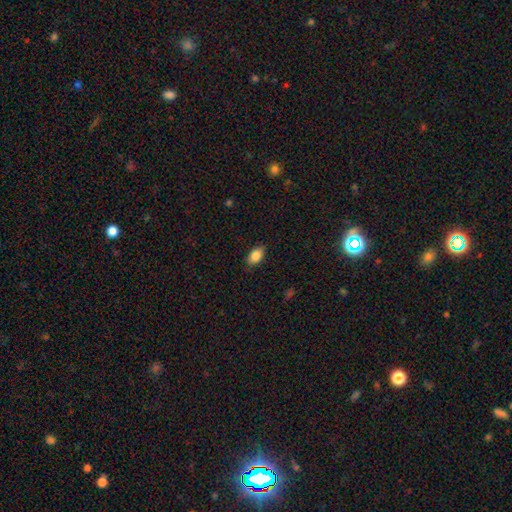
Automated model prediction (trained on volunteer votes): This is clearly a smooth galaxy (86%). How rounded: clearly in between (90%). Merging: clearly none (84%).